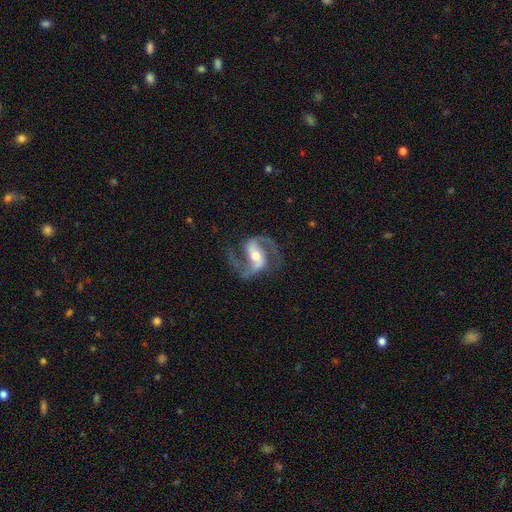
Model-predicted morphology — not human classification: The model was most divided on "bar": strong: 47%, weak: 35%, no: 18%. More confident: spiral arms — yes (98%); edge-on disk — no (97%); spiral arm count — 2 (94%); smooth or featured — featured or disk (92%); merging — none (76%); bulge size — moderate (60%); spiral winding — medium (58%).